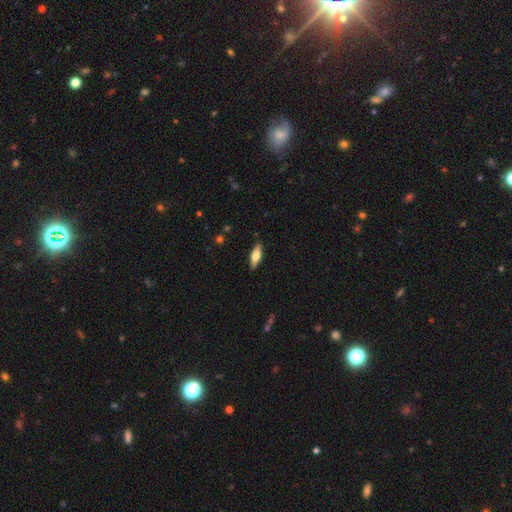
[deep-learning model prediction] smooth-or-featured: smooth: 57% | featured or disk: 37% | star or artifact: 6%
  how-rounded: in between: 60% | cigar-shaped: 38% | round: 2%
  merging: none: 89% | minor disturbance: 9% | major disturbance: 2% | merger: 1%